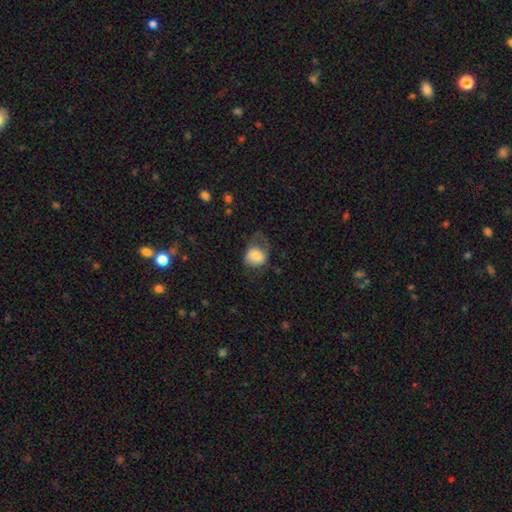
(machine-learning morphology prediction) type=smooth (66%); roundness=in between (50%); merging=major disturbance (38%).